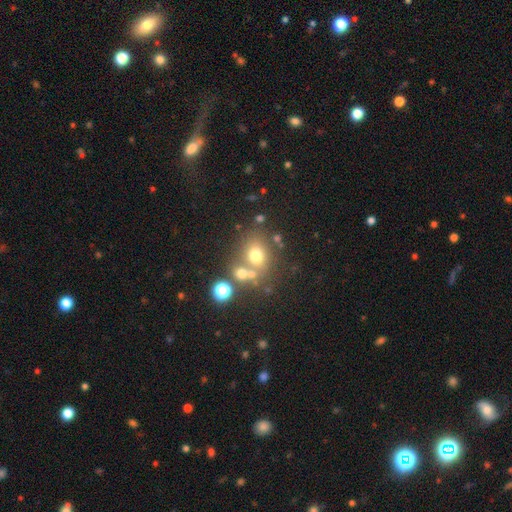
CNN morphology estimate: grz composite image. It shows a smooth galaxy with no disk features (65%) that is round (61%). Merging: none (55%).